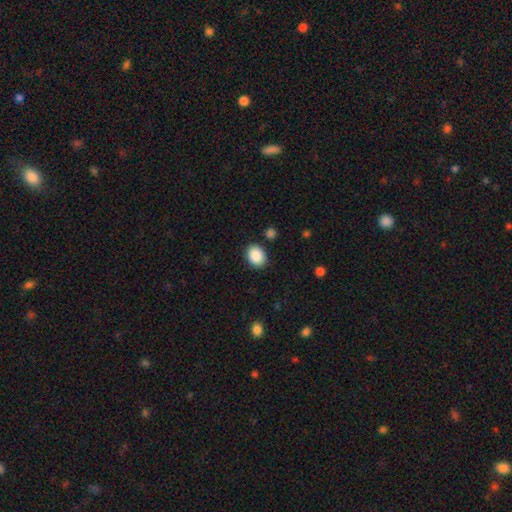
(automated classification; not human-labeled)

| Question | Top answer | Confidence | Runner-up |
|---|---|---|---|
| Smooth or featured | smooth | 89% | star or artifact (8%) |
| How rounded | in between | 55% | round (44%) |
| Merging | none | 86% | minor disturbance (9%) |